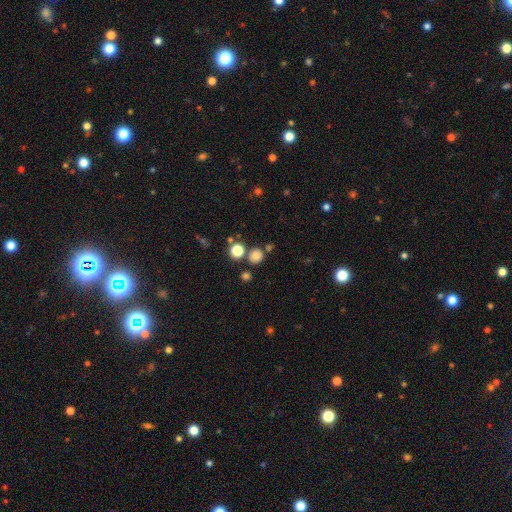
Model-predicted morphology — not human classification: This appears to be a smooth galaxy with no disk features (79%) that is round (86%). Merging: none (75%).